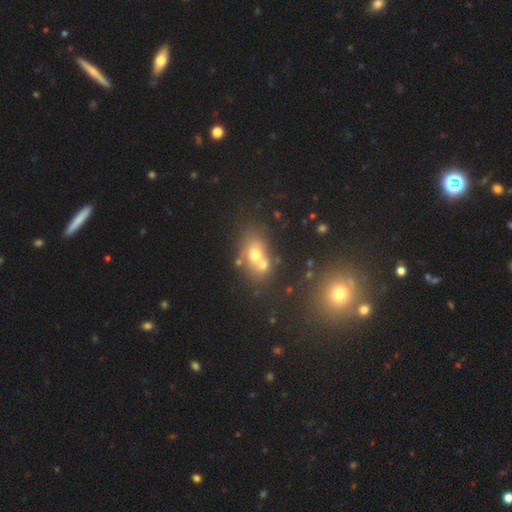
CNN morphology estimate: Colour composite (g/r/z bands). It shows a smooth galaxy with no disk features (51%) that is in between round and cigar-shaped (56%). Merging: none (46%).